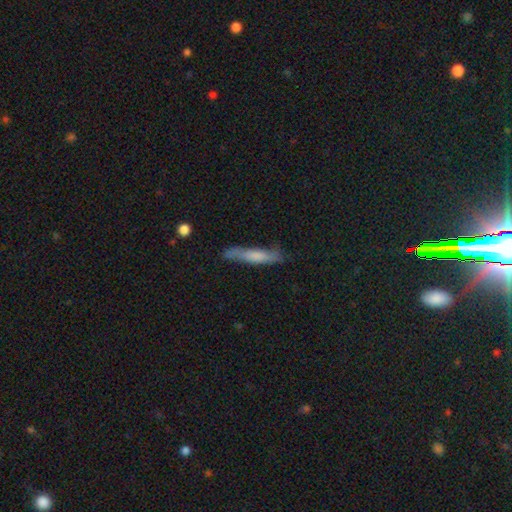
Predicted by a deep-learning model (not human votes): Smooth or featured? Predicted: smooth (p=0.63). How rounded? Predicted: cigar-shaped (p=0.89). Merging? Predicted: none (p=0.75).